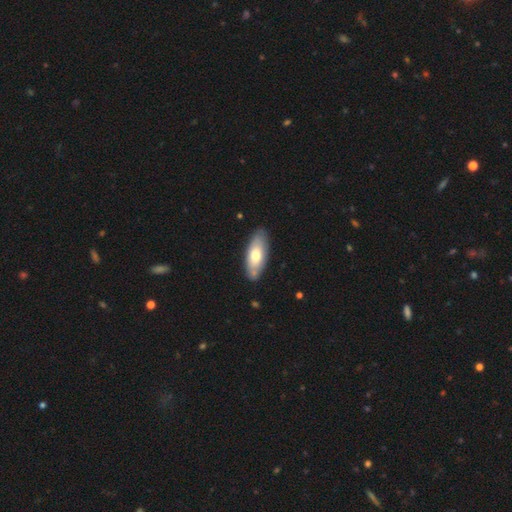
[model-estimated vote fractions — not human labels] Morphology: type=smooth (64%); roundness=in between (78%); merging=none (81%).